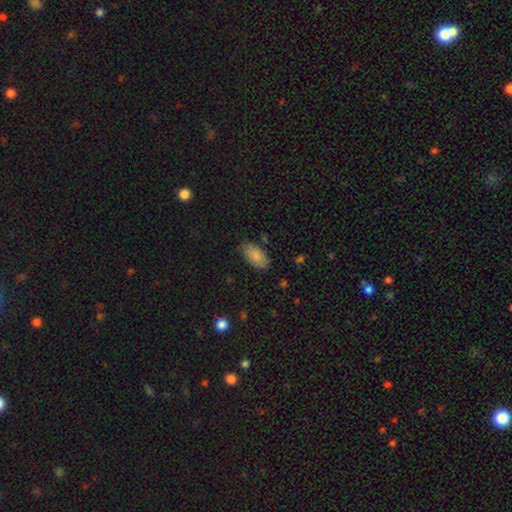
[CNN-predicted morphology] Smooth or featured: smooth — 86% (featured or disk — 8%)
How rounded: in between — 93% (cigar-shaped — 4%)
Merging: none — 81% (minor disturbance — 15%)